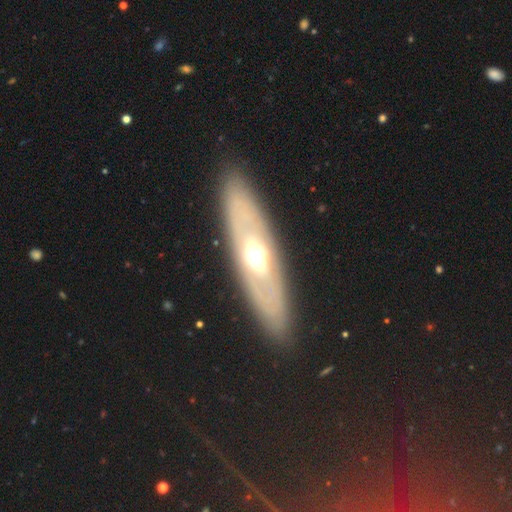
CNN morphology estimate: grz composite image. It shows a featured or disk galaxy (63%). Merging: none (86%).